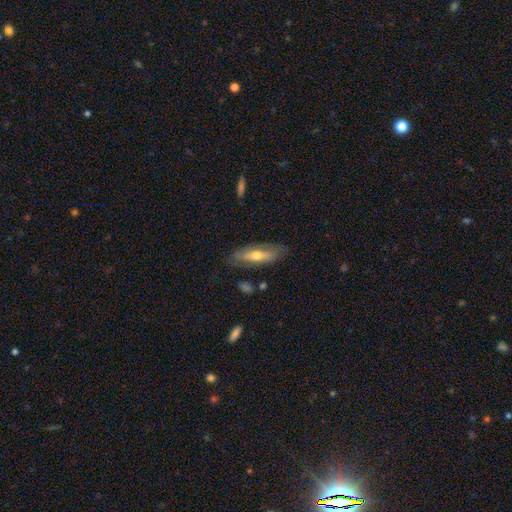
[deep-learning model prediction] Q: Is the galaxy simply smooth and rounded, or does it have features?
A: featured or disk — 47%, tied with smooth.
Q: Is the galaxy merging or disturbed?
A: none — 74%.